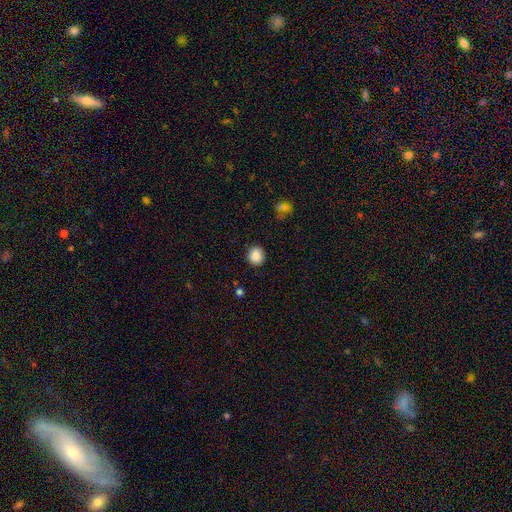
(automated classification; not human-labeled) Q: Smooth or featured?
A: smooth (88%); runner-up: star or artifact (9%)
Q: How rounded?
A: round (85%); runner-up: in between (14%)
Q: Merging?
A: none (89%); runner-up: minor disturbance (7%)